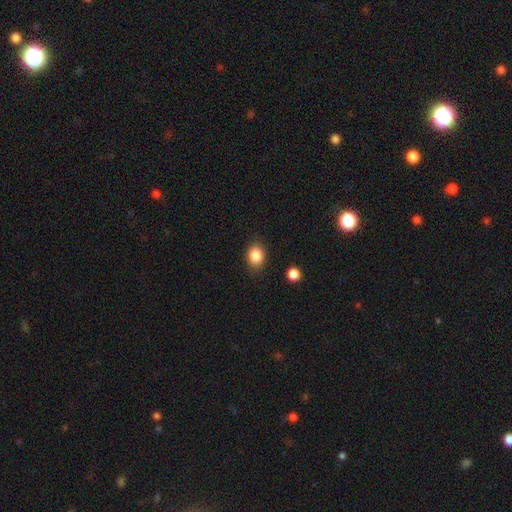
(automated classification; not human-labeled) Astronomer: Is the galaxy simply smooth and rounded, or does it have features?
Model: smooth — 85%.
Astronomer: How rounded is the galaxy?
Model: in between — 51% (runner-up: round, 48%).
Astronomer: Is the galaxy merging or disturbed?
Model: none — 84%.